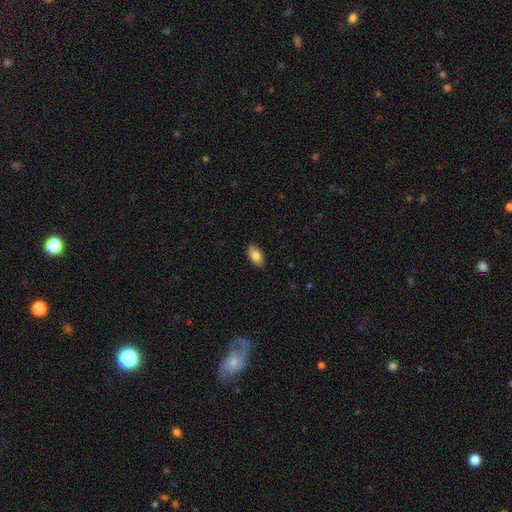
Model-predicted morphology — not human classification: This is clearly a smooth galaxy (82%). How rounded: clearly in between (93%). Merging: clearly none (89%).